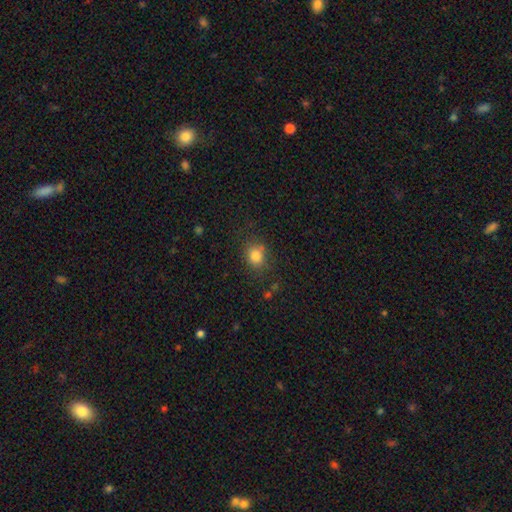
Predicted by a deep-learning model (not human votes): The model was most divided on "how rounded": round: 70%, in between: 29%, cigar-shaped: 1%. More confident: smooth or featured — smooth (80%); merging — none (77%).